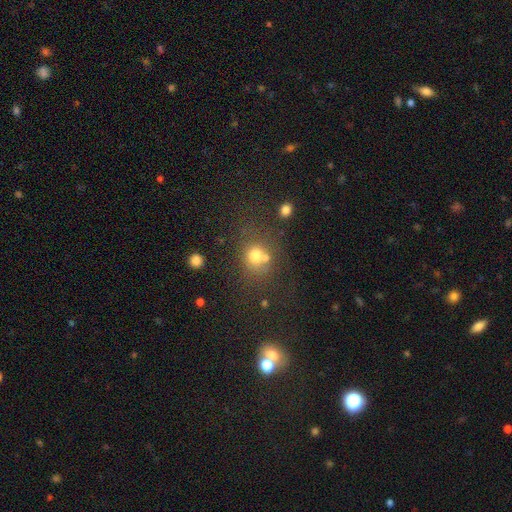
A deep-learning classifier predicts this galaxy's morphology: Overall: smooth (71%). How rounded: round (79%). Merging: none (53%; merger 28%).